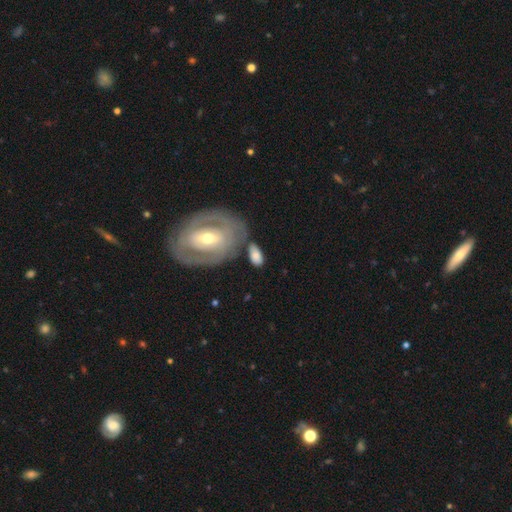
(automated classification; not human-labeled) A smooth galaxy with no disk features (66%) that is in between round and cigar-shaped (88%).

Vote fractions:
- Smooth or featured? smooth: 66% / featured or disk: 28% / star or artifact: 6%
- How rounded? in between: 88% / round: 8% / cigar-shaped: 4%
- Merging? none: 57% / minor disturbance: 18% / merger: 16% / major disturbance: 8%